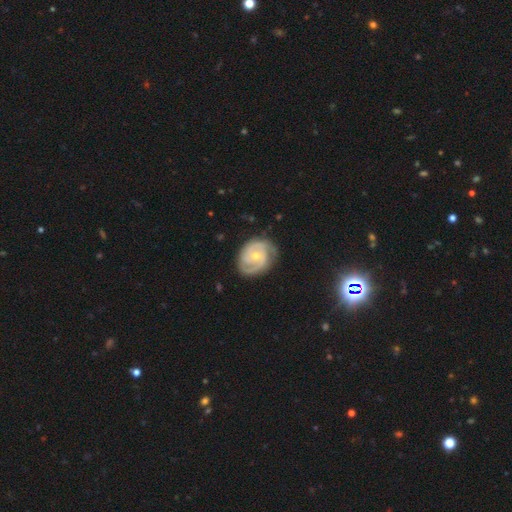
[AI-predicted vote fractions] The model was most divided on "bulge size": small: 54%, moderate: 43%, large: 1%, none: 1%, dominant: 1%. More confident: edge-on disk — no (98%); spiral arms — yes (97%); smooth or featured — featured or disk (86%); merging — none (75%); spiral arm count — 2 (71%); bar — no (59%); spiral winding — tight (55%).